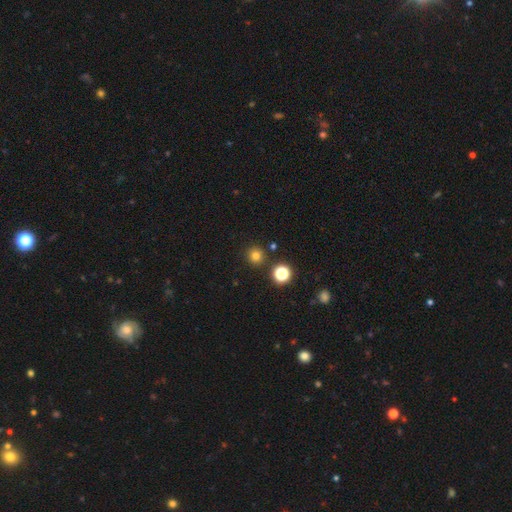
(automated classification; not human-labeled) smooth-or-featured: smooth: 77% | star or artifact: 18% | featured or disk: 5%
  how-rounded: round: 94% | in between: 5% | cigar-shaped: 1%
  merging: none: 89% | minor disturbance: 6% | merger: 4% | major disturbance: 2%